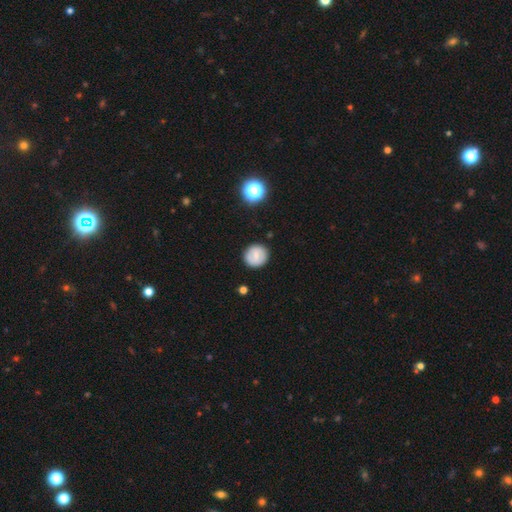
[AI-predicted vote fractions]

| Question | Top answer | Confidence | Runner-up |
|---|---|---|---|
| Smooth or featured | smooth | 65% | featured or disk (27%) |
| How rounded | round | 90% | in between (9%) |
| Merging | none | 89% | minor disturbance (8%) |